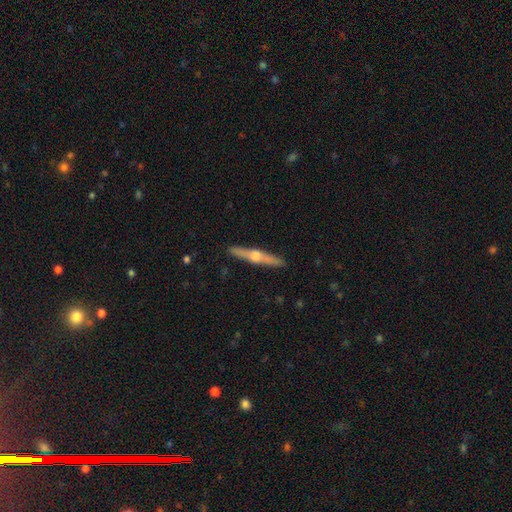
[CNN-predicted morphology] Q: Smooth or featured?
A: featured or disk (72%); runner-up: smooth (23%)
Q: Edge-on disk?
A: yes (98%); runner-up: no (2%)
Q: Edge-on bulge?
A: rounded (92%); runner-up: boxy (5%)
Q: Merging?
A: none (91%); runner-up: minor disturbance (7%)